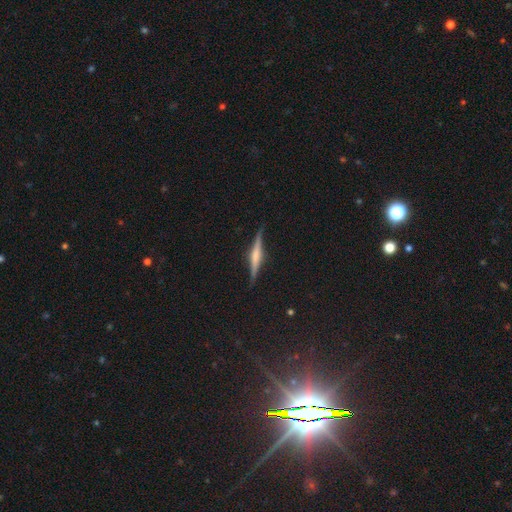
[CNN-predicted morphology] featured or disk 69%, smooth 24%, star or artifact 7%. Down the decision tree: edge-on disk — yes (97%); edge-on bulge — rounded (51%); merging — none (87%).